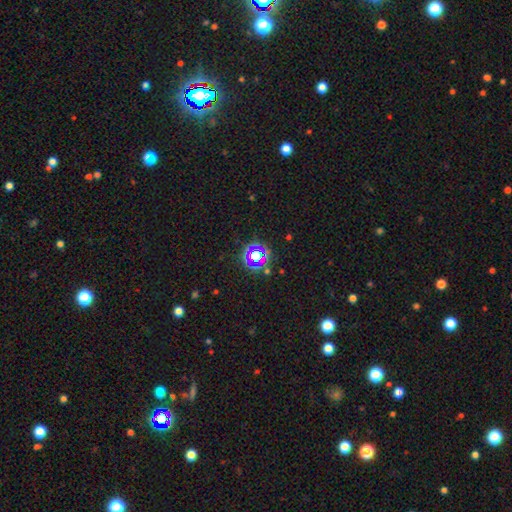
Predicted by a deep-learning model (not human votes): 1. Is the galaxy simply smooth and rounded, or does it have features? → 68% star or artifact, 22% smooth, 11% featured or disk.